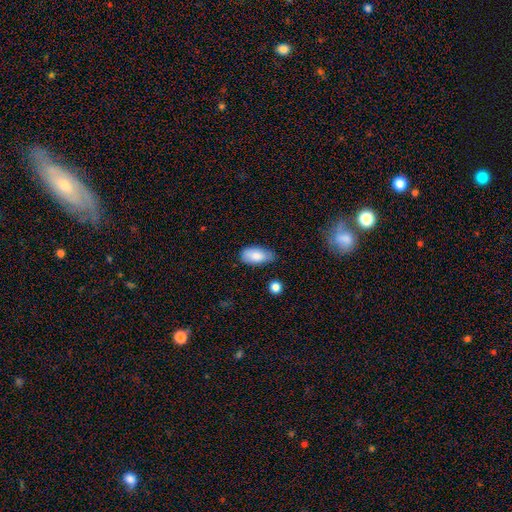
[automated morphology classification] smooth-or-featured: smooth: 84% | featured or disk: 9% | star or artifact: 7%
  how-rounded: in between: 93% | cigar-shaped: 4% | round: 3%
  merging: none: 64% | minor disturbance: 29% | major disturbance: 5% | merger: 3%